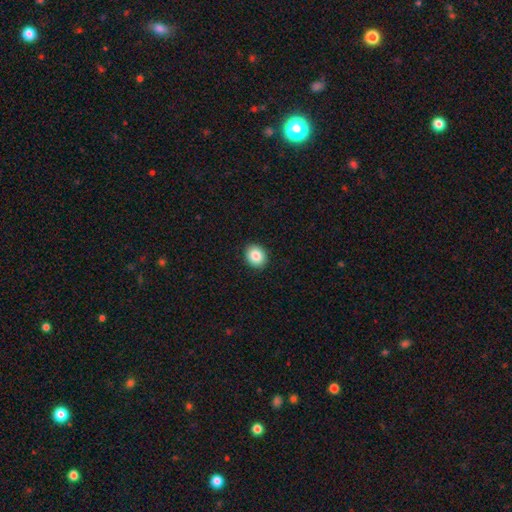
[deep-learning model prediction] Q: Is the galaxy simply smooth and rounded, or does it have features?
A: smooth — 86%.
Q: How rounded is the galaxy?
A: round — 59%.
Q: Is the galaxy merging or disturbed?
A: none — 92%.